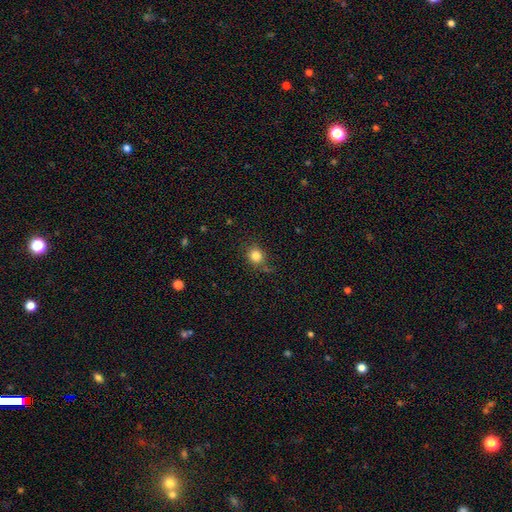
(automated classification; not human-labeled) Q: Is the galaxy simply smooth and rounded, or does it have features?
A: smooth — 83%.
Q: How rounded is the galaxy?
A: round — 83%.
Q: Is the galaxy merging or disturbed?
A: none — 78%.